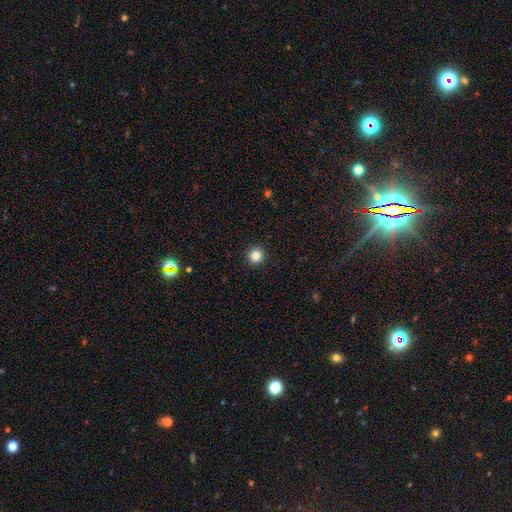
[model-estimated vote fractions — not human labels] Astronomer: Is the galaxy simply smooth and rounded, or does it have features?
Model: smooth — 83%.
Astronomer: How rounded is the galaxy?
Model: round — 96%.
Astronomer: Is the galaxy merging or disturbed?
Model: none — 93%.